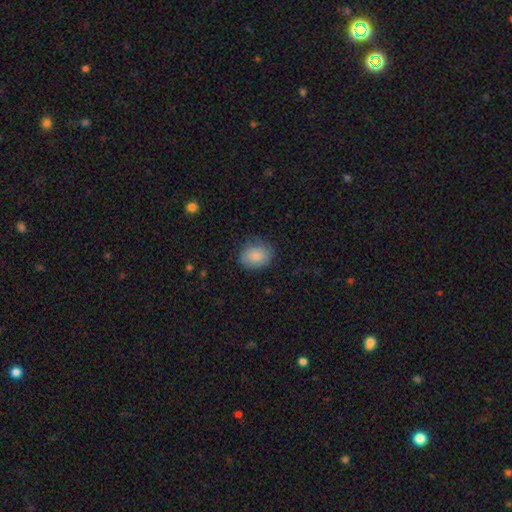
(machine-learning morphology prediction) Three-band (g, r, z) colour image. It shows a smooth galaxy with no disk features (85%) that is in between round and cigar-shaped (52%). Merging: none (76%).